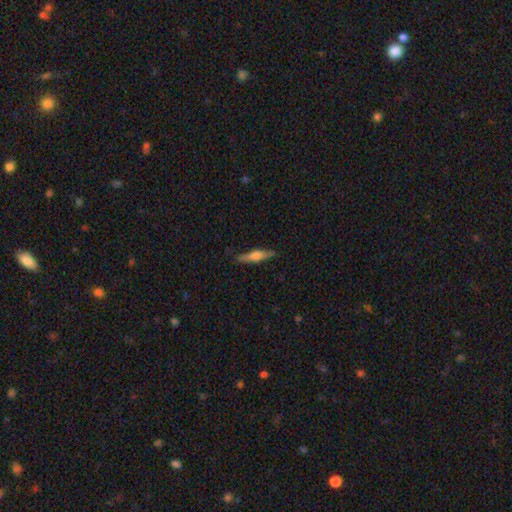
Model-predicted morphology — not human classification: Smooth or featured: featured or disk — 47% (tied with smooth — 47%)
Merging: none — 87% (minor disturbance — 10%)